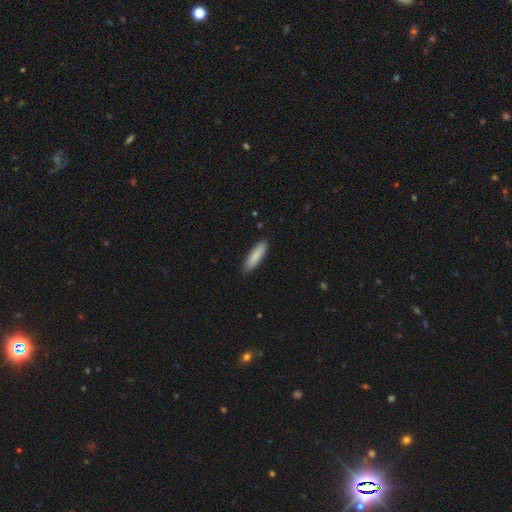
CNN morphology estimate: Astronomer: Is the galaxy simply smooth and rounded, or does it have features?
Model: smooth — 87%.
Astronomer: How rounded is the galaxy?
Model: cigar-shaped — 64%.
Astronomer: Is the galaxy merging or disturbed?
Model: none — 87%.